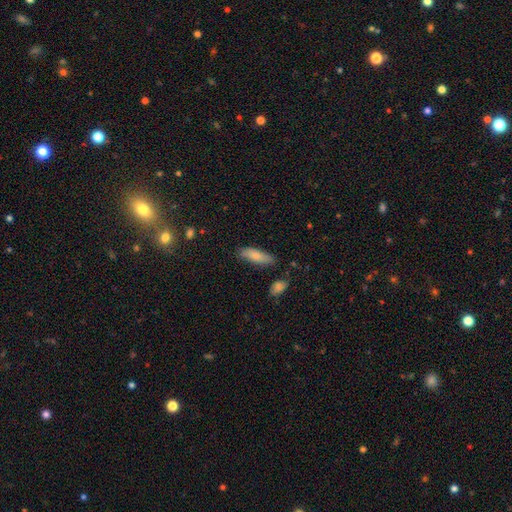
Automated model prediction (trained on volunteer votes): The model was most divided on "how rounded": in between: 53%, cigar-shaped: 45%, round: 2%. More confident: smooth or featured — smooth (81%); merging — none (79%).